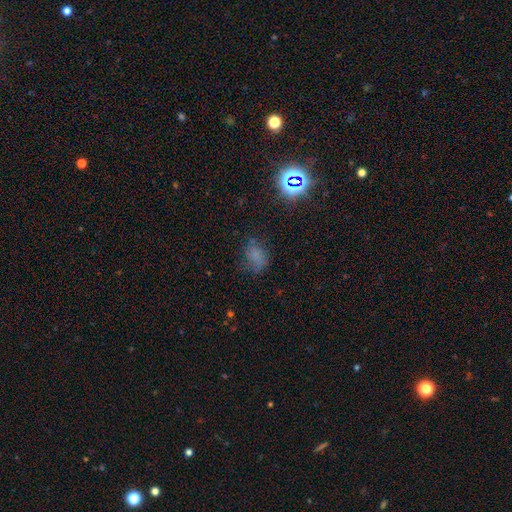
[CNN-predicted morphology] Overall: smooth (57%; star or artifact 27%). How rounded: in between (73%). Merging: none (57%; minor disturbance 26%).